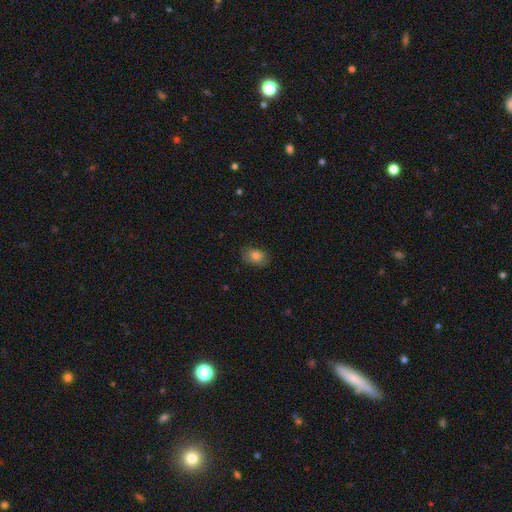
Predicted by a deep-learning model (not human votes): This is likely a smooth galaxy (80%). How rounded: likely in between (73%). Merging: likely none (79%).